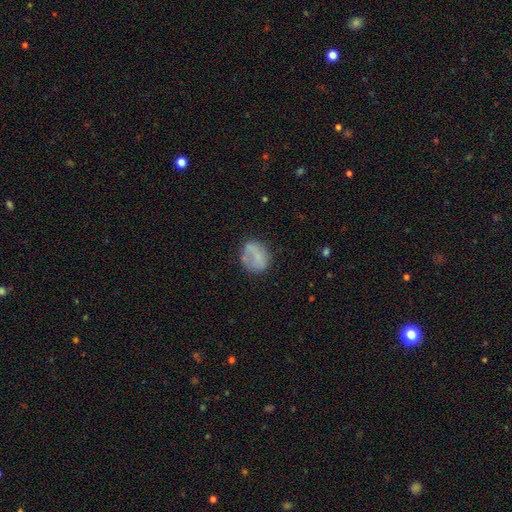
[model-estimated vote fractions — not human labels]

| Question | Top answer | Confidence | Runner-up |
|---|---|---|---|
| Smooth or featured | smooth | 68% | featured or disk (23%) |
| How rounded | round | 68% | in between (31%) |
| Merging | none | 63% | minor disturbance (22%) |